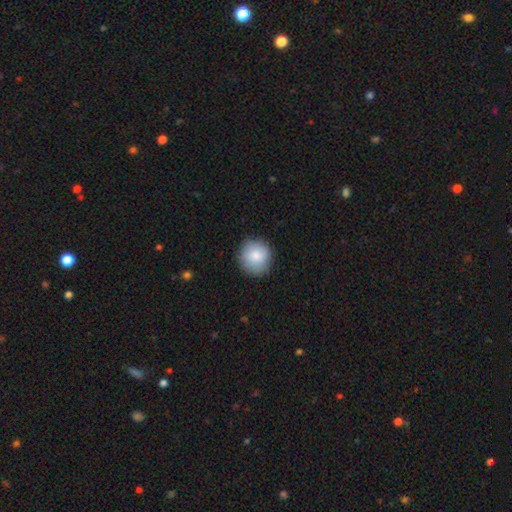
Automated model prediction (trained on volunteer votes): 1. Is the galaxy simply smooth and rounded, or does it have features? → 84% smooth, 9% featured or disk, 7% star or artifact.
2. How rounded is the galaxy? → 92% round, 7% in between, 1% cigar-shaped.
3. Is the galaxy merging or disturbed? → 86% none, 10% minor disturbance, 2% major disturbance, 1% merger.